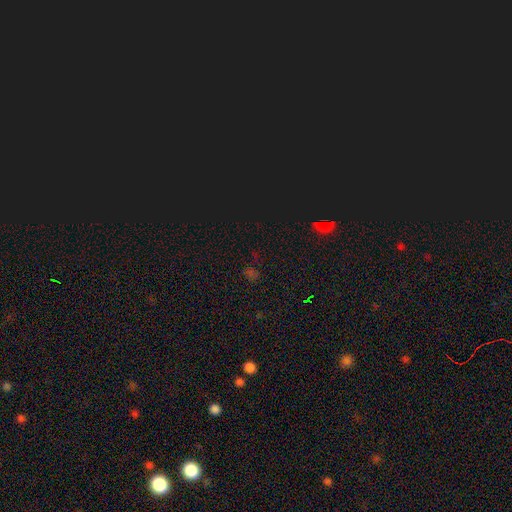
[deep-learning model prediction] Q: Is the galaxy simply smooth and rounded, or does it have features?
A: star or artifact — 64%.